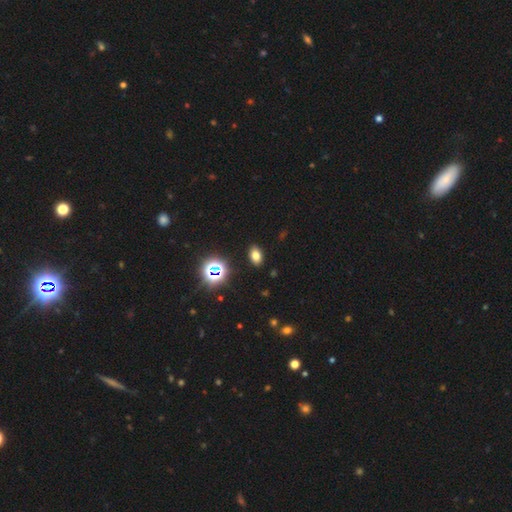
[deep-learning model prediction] A smooth galaxy with no disk features (71%) that is in between round and cigar-shaped (84%). Merging: none (88%).